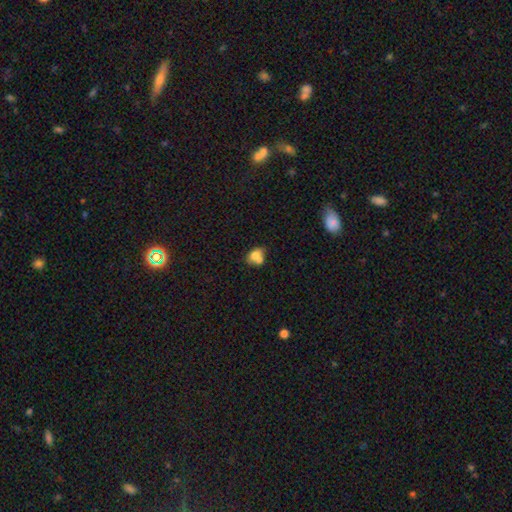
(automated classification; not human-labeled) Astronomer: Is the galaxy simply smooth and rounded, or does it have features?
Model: smooth — 73%.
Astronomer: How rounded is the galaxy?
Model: in between — 57% (runner-up: round, 42%).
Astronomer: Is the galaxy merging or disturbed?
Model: merger — 46% (runner-up: none, 36%).